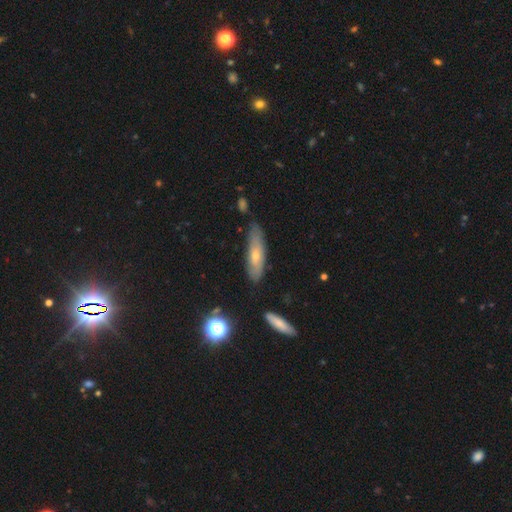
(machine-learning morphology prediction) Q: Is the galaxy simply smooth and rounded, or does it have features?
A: smooth — 55%.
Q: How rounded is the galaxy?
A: cigar-shaped — 66%.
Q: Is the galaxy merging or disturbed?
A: none — 75%.